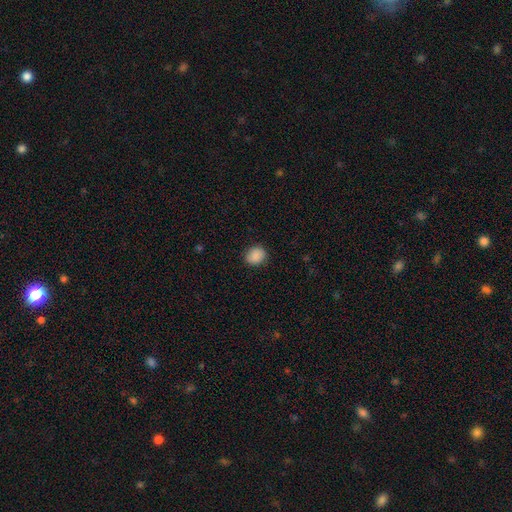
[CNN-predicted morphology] Overall: smooth (89%). How rounded: round (69%; in between 30%). Merging: none (88%).